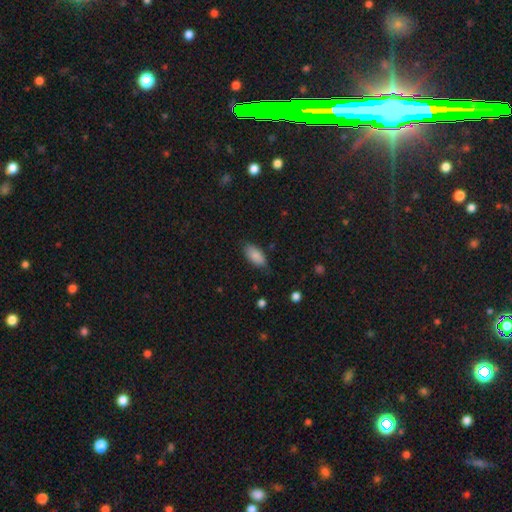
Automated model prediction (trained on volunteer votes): A smooth galaxy with no disk features (87%) that is in between round and cigar-shaped (90%). Merging: none (80%).